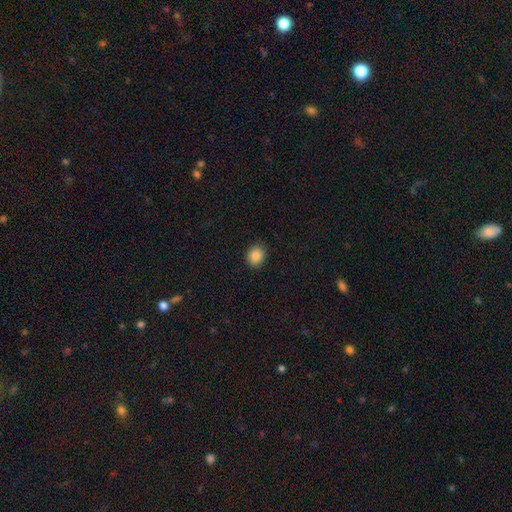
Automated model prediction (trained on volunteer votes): This appears to be a smooth galaxy with no disk features (87%) that is round (62%). Merging: none (88%).